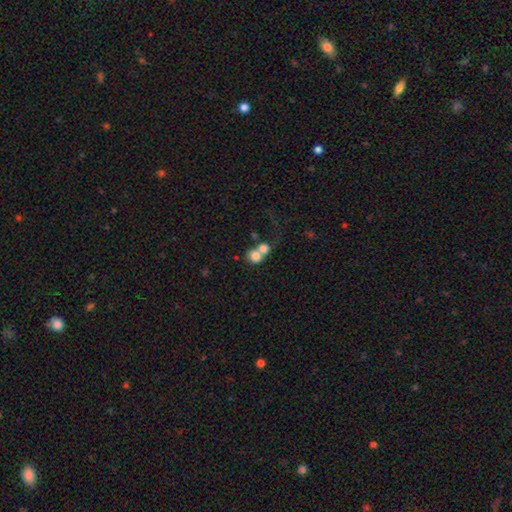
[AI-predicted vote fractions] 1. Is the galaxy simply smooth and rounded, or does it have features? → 75% smooth, 15% featured or disk, 10% star or artifact.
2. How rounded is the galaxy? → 75% round, 24% in between, 1% cigar-shaped.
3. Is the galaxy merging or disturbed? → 66% merger, 24% none, 5% minor disturbance, 5% major disturbance.